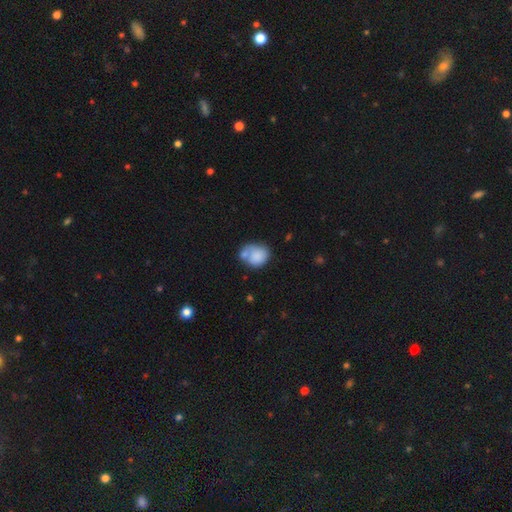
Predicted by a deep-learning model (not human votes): This is likely a smooth galaxy (78%). How rounded: possibly round (59%). Merging: marginally merger (40%).